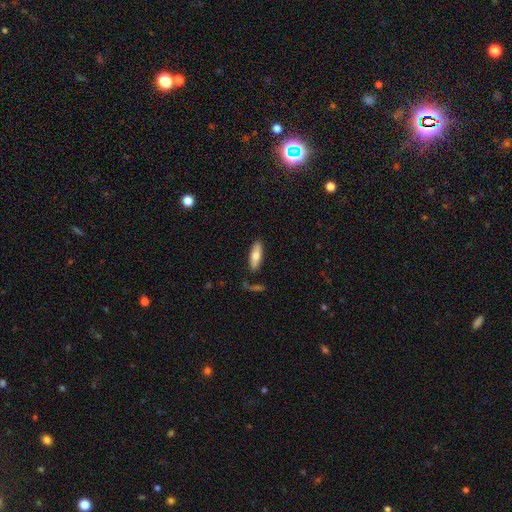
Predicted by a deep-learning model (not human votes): smooth-or-featured: smooth: 74% | featured or disk: 20% | star or artifact: 6%
  how-rounded: in between: 58% | cigar-shaped: 40% | round: 2%
  merging: none: 80% | minor disturbance: 13% | merger: 4% | major disturbance: 3%